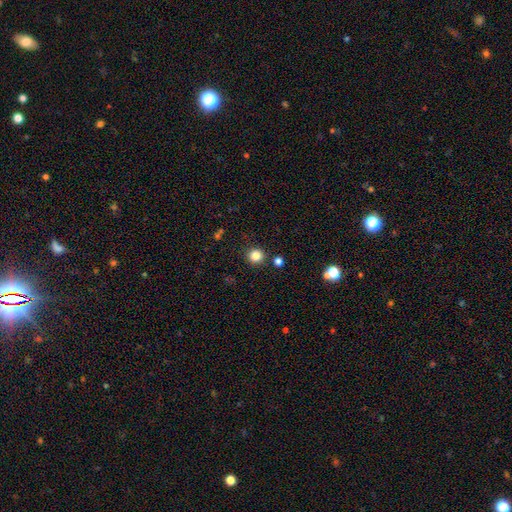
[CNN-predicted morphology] This is clearly a smooth galaxy (83%). How rounded: clearly round (92%). Merging: clearly none (88%).